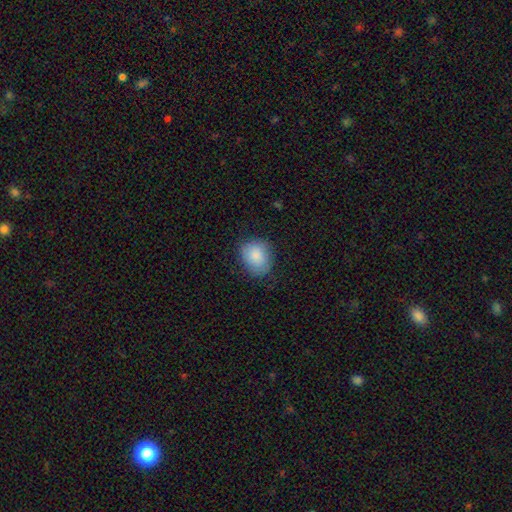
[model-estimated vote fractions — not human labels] smooth_or_featured: smooth (p=0.85) [alt: featured or disk p=0.08]
how_rounded: round (p=0.55) [alt: in between p=0.44]
merging: none (p=0.75) [alt: minor disturbance p=0.19]